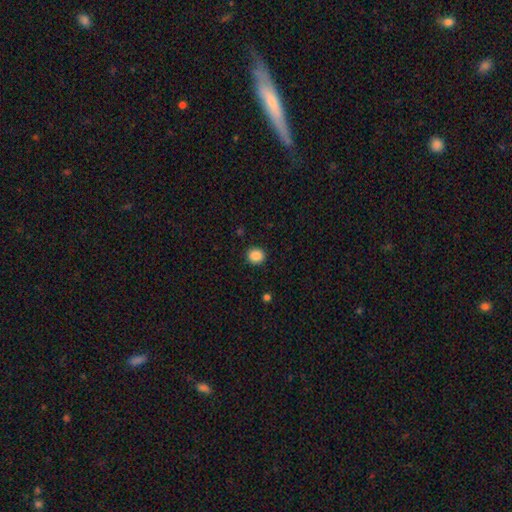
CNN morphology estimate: This appears to be a smooth galaxy with no disk features (88%) that is round (84%). Merging: none (91%).